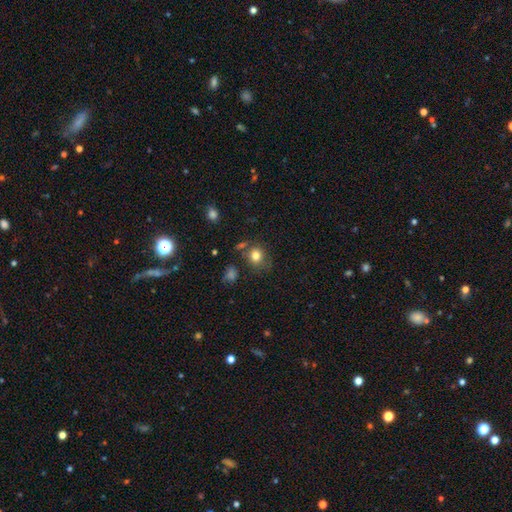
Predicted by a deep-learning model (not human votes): This is clearly a smooth galaxy (80%). How rounded: likely round (74%). Merging: likely none (69%).